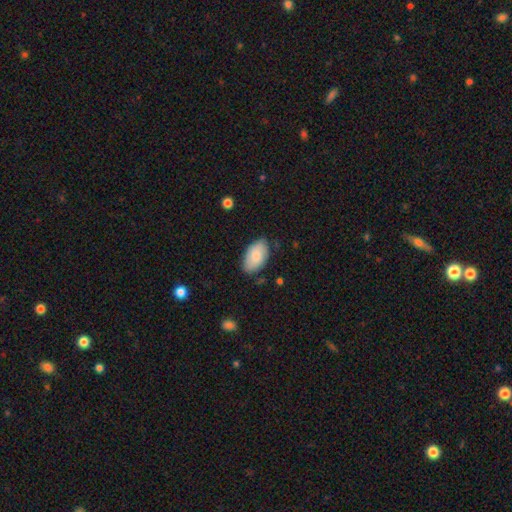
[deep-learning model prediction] smooth 80%, featured or disk 14%, star or artifact 6%. Down the decision tree: how rounded — in between (95%); merging — none (78%).